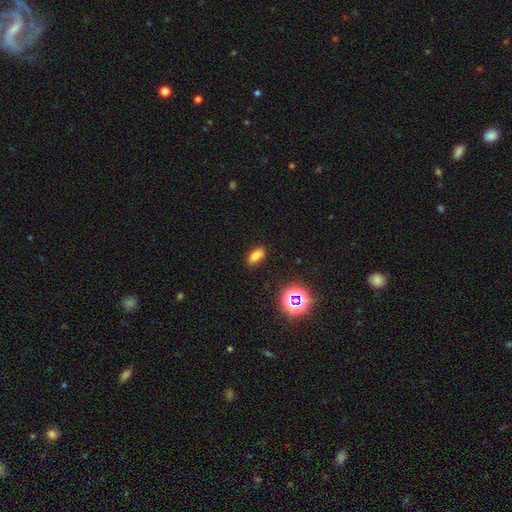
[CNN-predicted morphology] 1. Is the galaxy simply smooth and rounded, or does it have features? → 74% smooth, 17% star or artifact, 8% featured or disk.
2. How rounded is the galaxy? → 86% in between, 7% cigar-shaped, 7% round.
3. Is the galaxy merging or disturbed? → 87% none, 9% minor disturbance, 3% major disturbance, 1% merger.